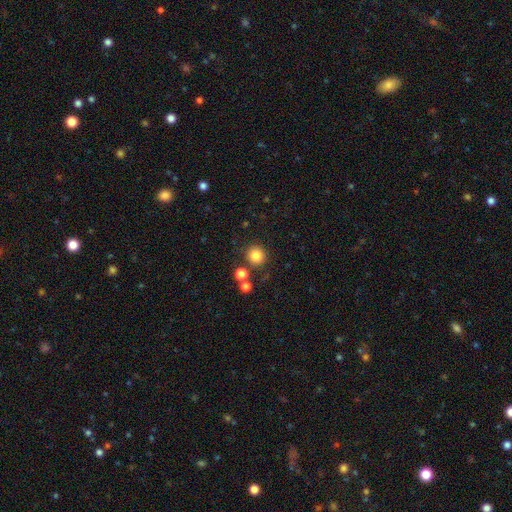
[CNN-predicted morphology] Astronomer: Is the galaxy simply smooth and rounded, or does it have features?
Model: smooth — 83%.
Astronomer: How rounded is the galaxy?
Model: round — 92%.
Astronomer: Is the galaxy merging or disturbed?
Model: none — 82%.